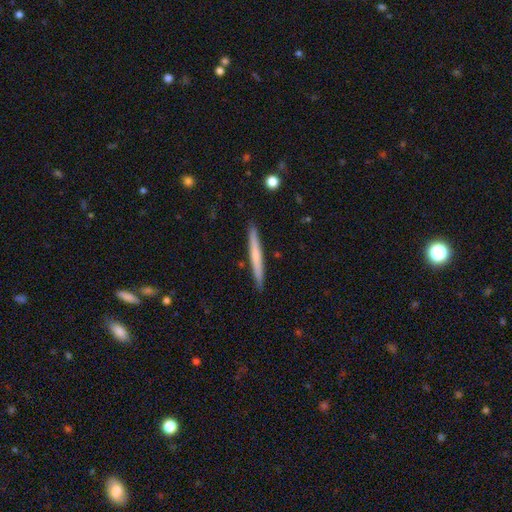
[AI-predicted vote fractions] Smooth or featured? Predicted: smooth (p=0.57). How rounded? Predicted: cigar-shaped (p=0.97). Merging? Predicted: none (p=0.90).